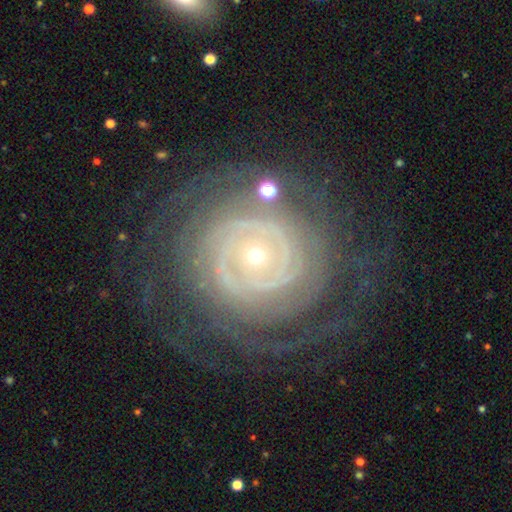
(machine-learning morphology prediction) smooth_or_featured: featured or disk (p=0.88) [alt: star or artifact p=0.06]
disk_edge_on: no (p=0.97) [alt: yes p=0.03]
bar: no (p=0.79) [alt: weak p=0.14]
has_spiral_arms: yes (p=0.94) [alt: no p=0.06]
spiral_winding: tight (p=0.85) [alt: medium p=0.12]
spiral_arm_count: can't tell (p=0.33) [alt: 2 p=0.22]
bulge_size: small (p=0.79) [alt: moderate p=0.17]
merging: none (p=0.74) [alt: minor disturbance p=0.14]